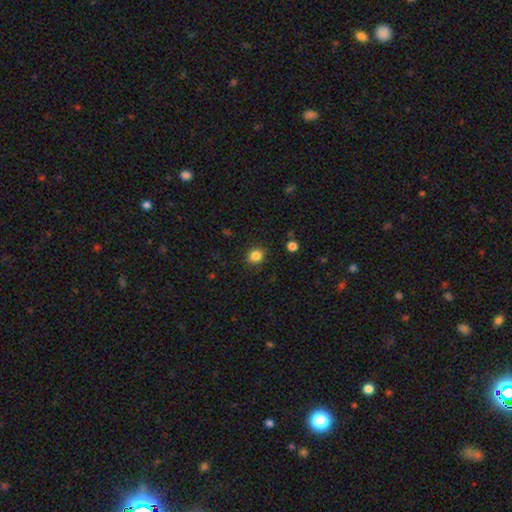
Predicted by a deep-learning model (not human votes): This appears to be a smooth galaxy with no disk features (84%) that is round (77%). Merging: none (90%).